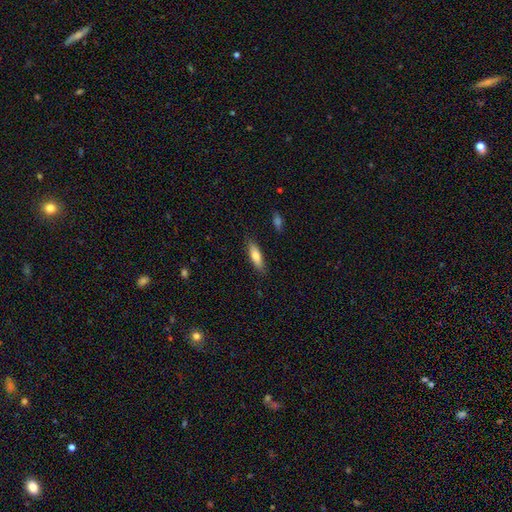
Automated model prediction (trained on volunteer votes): This is likely a smooth galaxy (76%). How rounded: possibly cigar-shaped (52%). Merging: clearly none (86%).